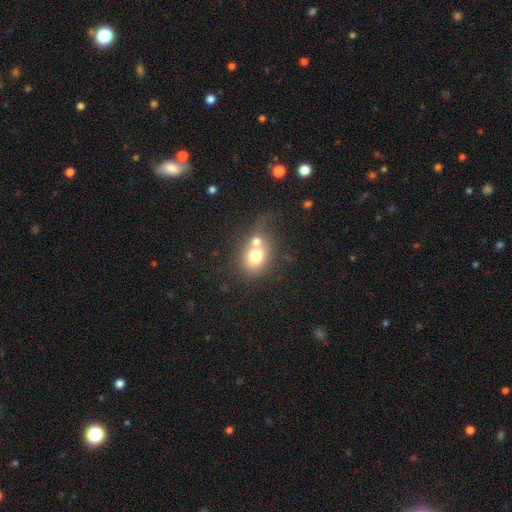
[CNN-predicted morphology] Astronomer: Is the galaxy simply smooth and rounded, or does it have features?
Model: smooth — 69%.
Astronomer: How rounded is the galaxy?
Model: round — 52% (runner-up: in between, 47%).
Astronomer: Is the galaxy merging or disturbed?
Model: merger — 51% (runner-up: none, 31%).